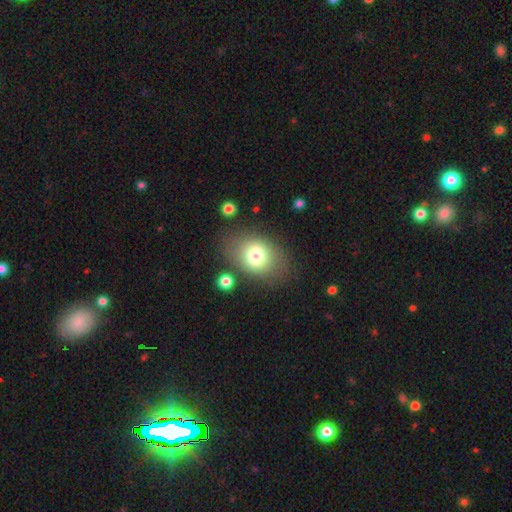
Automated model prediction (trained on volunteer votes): Smooth or featured?
  - smooth: 74% *
  - featured or disk: 16%
  - star or artifact: 10%
How rounded?
  - in between: 68% *
  - round: 31%
  - cigar-shaped: 1%
Merging?
  - none: 75% *
  - minor disturbance: 14%
  - major disturbance: 6%
  - merger: 5%